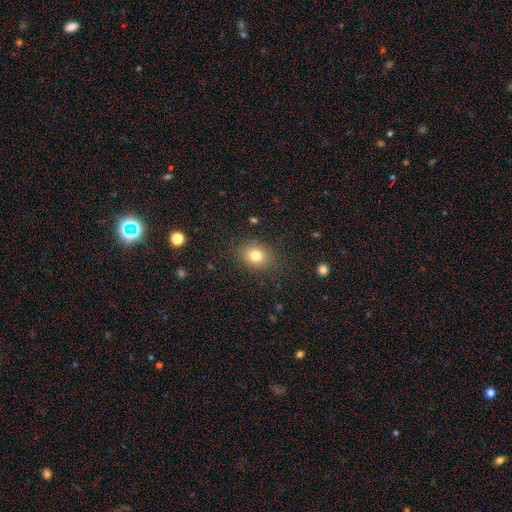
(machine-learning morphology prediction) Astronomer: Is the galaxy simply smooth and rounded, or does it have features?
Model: smooth — 79%.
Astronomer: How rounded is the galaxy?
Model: round — 55% (runner-up: in between, 44%).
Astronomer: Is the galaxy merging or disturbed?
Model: none — 84%.